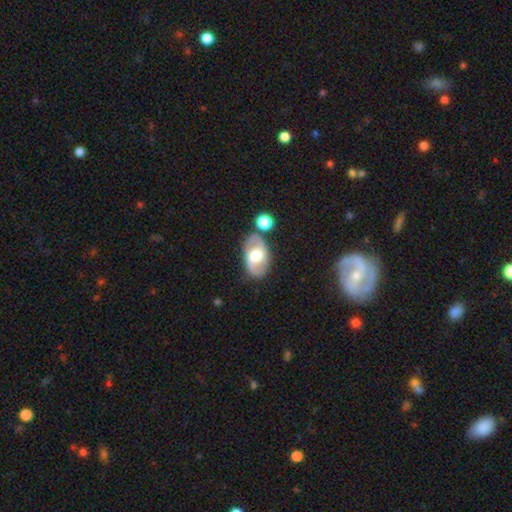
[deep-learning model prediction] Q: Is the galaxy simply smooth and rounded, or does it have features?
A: featured or disk — 66%.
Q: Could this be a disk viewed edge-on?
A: no — 93%.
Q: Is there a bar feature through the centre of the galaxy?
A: no — 51%.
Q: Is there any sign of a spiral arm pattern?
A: yes — 77%.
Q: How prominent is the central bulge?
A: moderate — 47%.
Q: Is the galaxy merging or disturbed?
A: none — 73%.